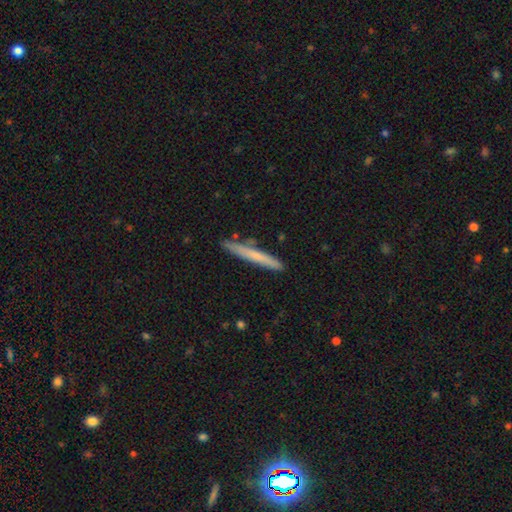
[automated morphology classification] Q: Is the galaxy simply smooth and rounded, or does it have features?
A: smooth — 61%.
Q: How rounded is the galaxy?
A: cigar-shaped — 96%.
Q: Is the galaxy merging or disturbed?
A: none — 85%.